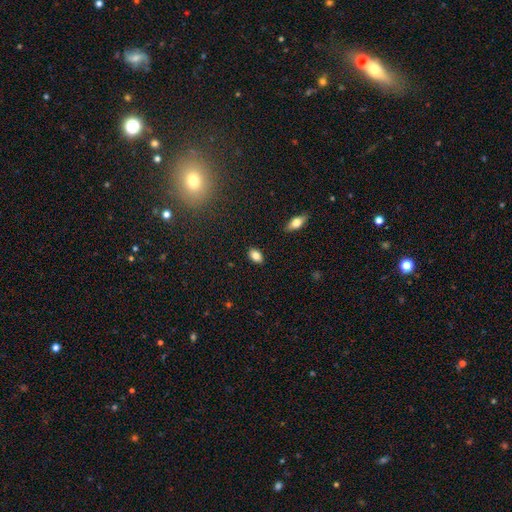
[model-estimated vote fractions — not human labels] Smooth or featured: smooth — 83% (featured or disk — 9%)
How rounded: in between — 87% (round — 10%)
Merging: none — 88% (minor disturbance — 9%)